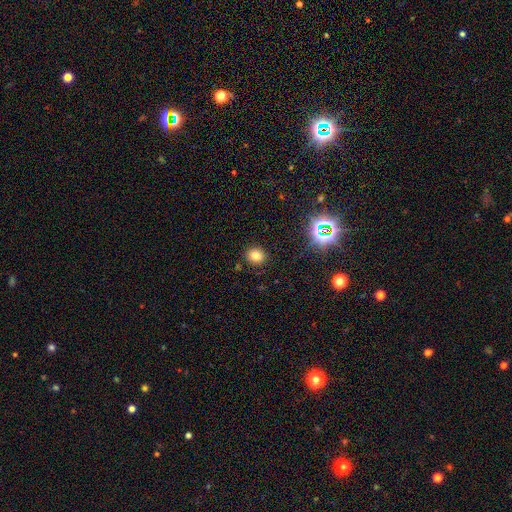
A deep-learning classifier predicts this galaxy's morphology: Smooth or featured? Predicted: smooth (p=0.77). How rounded? Predicted: round (p=0.68). Merging? Predicted: none (p=0.88).